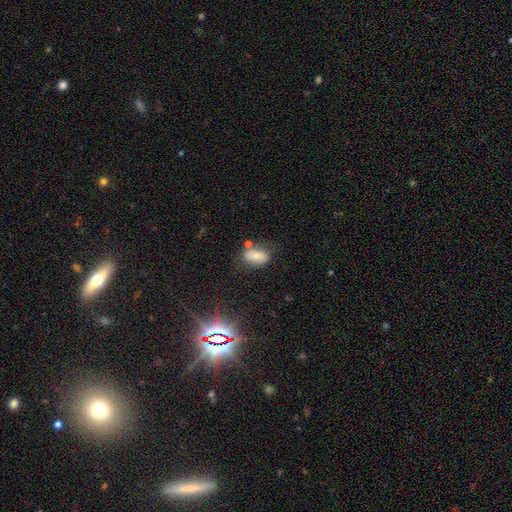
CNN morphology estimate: Smooth or featured?
  - smooth: 70% *
  - featured or disk: 18%
  - star or artifact: 11%
How rounded?
  - in between: 87% *
  - round: 10%
  - cigar-shaped: 3%
Merging?
  - none: 62% *
  - minor disturbance: 18%
  - merger: 13%
  - major disturbance: 7%